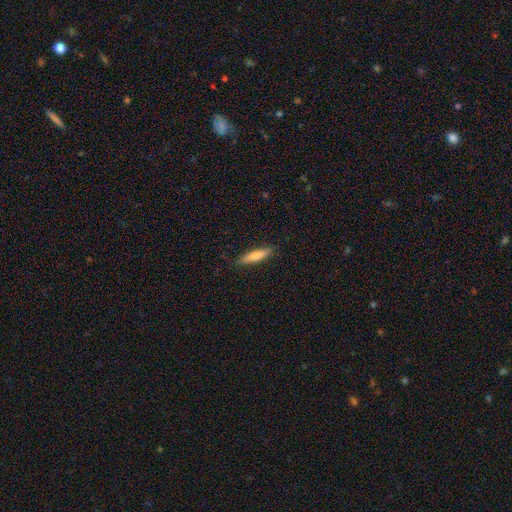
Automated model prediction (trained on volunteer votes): A smooth galaxy with no disk features (64%) that is cigar-shaped (81%). Merging: none (87%).